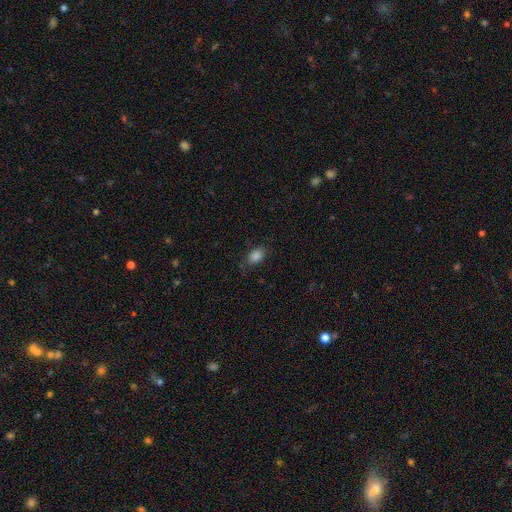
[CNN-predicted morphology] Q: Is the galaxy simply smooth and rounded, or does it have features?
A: smooth — 86%.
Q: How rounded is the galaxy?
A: in between — 87%.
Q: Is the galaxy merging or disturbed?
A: none — 76%.